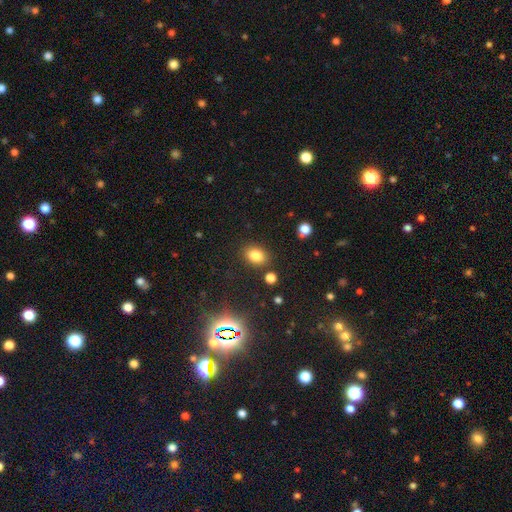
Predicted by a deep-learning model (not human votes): This is likely a smooth galaxy (79%). How rounded: likely in between (70%). Merging: clearly none (84%).